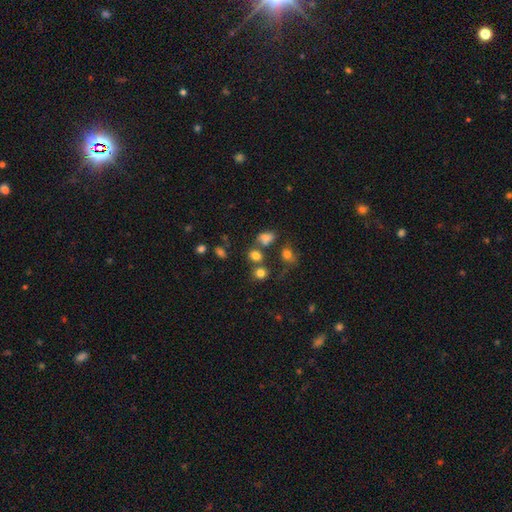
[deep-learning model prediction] Q: Smooth or featured?
A: smooth (75%); runner-up: star or artifact (17%)
Q: How rounded?
A: round (65%); runner-up: in between (34%)
Q: Merging?
A: none (61%); runner-up: merger (21%)